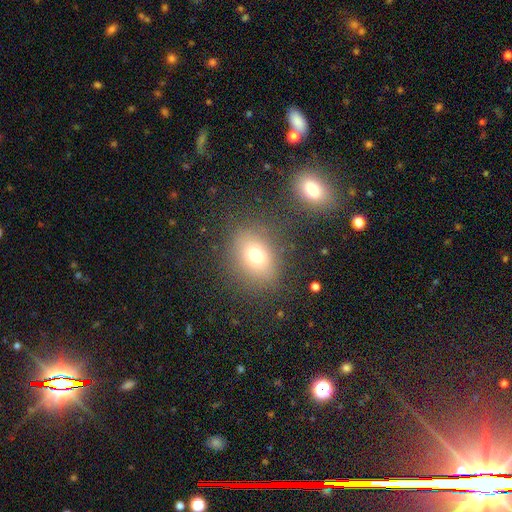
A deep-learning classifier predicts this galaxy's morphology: Q: Smooth or featured?
A: smooth (73%); runner-up: star or artifact (14%)
Q: How rounded?
A: in between (56%); runner-up: round (43%)
Q: Merging?
A: none (78%); runner-up: minor disturbance (11%)